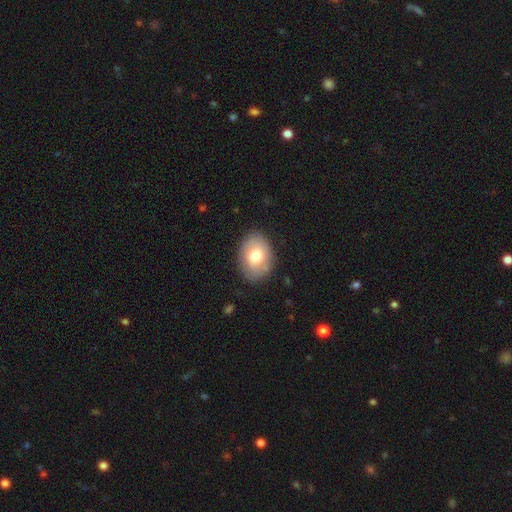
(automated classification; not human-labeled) smooth 73%, featured or disk 20%, star or artifact 7%. Down the decision tree: how rounded — in between (70%); merging — none (83%).